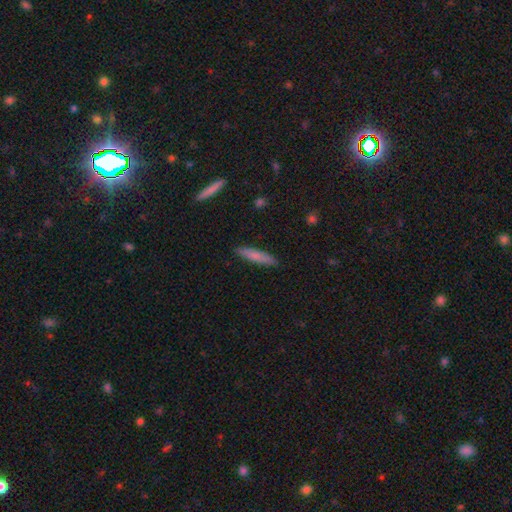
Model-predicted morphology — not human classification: The model was most divided on "smooth or featured": smooth: 74%, featured or disk: 20%, star or artifact: 6%. More confident: merging — none (89%); how rounded — cigar-shaped (86%).